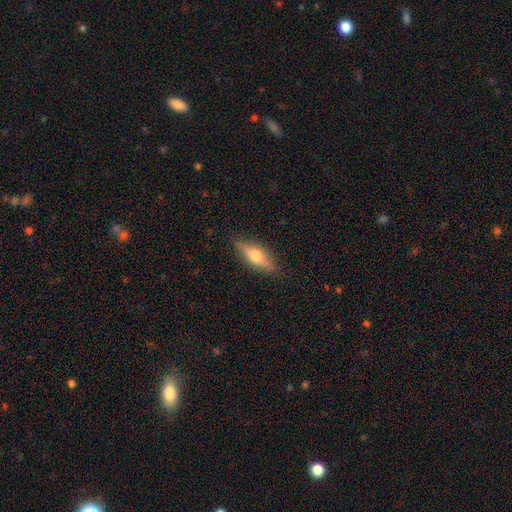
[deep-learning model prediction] The model was most divided on "smooth or featured": featured or disk: 56%, smooth: 37%, star or artifact: 7%. More confident: edge-on disk — yes (93%); edge-on bulge — rounded (93%); merging — none (87%).